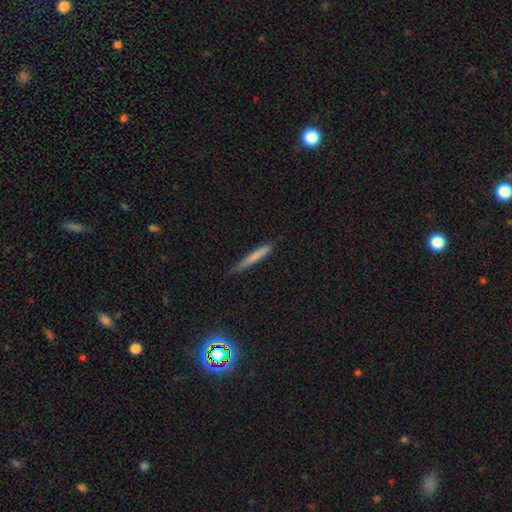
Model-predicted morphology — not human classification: Overall: smooth (70%). How rounded: cigar-shaped (95%). Merging: none (74%).